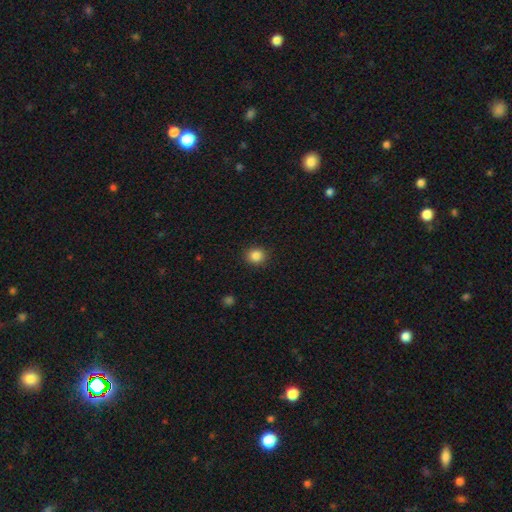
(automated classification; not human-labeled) Smooth or featured? smooth (85%)
How rounded? round (84%)
Merging? none (90%)